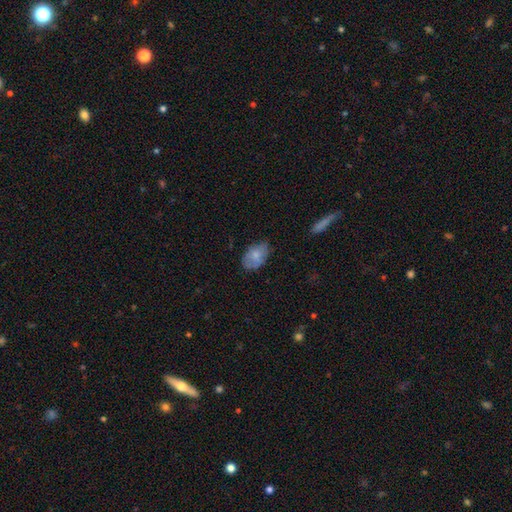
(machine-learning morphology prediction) Smooth or featured? Predicted: smooth (p=0.72). How rounded? Predicted: in between (p=0.87). Merging? Predicted: none (p=0.64).